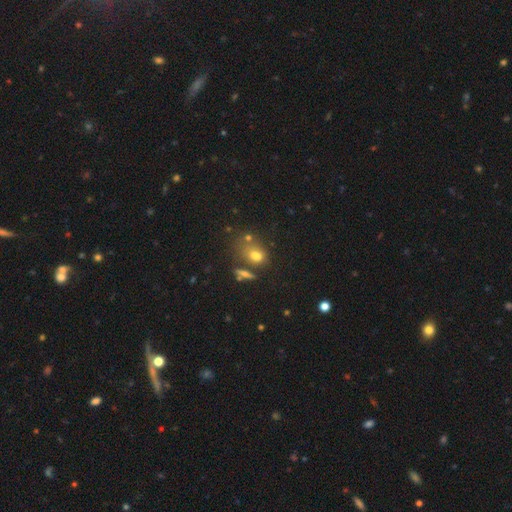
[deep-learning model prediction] smooth 68%, star or artifact 16%, featured or disk 16%. Down the decision tree: how rounded — in between (64%); merging — none (43%).